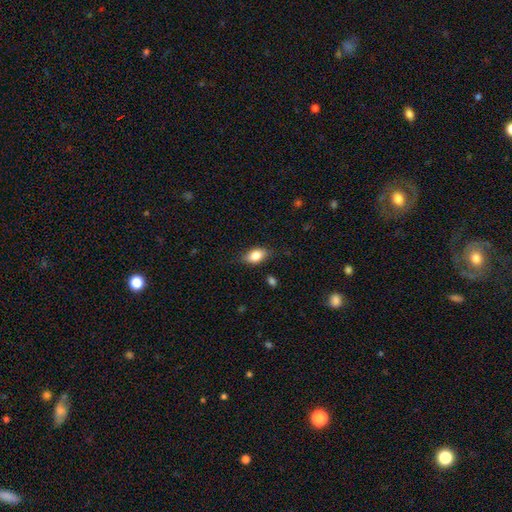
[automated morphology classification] Q: Smooth or featured?
A: smooth (82%); runner-up: featured or disk (10%)
Q: How rounded?
A: in between (87%); runner-up: round (9%)
Q: Merging?
A: none (80%); runner-up: minor disturbance (15%)